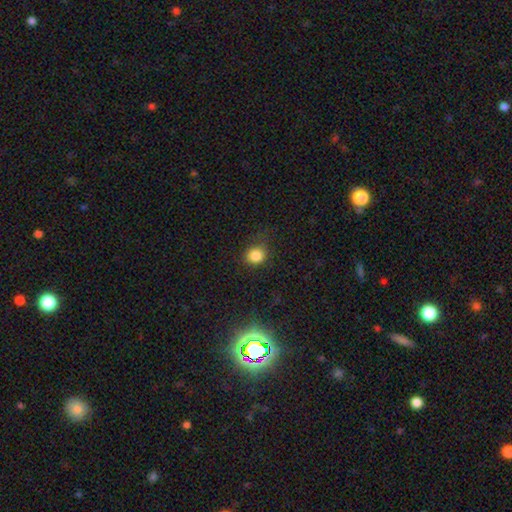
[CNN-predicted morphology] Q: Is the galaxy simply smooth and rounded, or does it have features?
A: smooth — 83%.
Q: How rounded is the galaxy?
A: round — 79%.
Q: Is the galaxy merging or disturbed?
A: none — 76%.